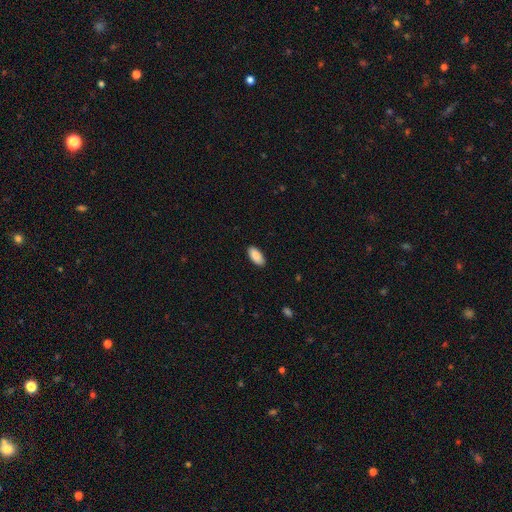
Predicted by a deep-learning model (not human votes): This appears to be a smooth galaxy with no disk features (89%) that is in between round and cigar-shaped (91%). Merging: none (89%).